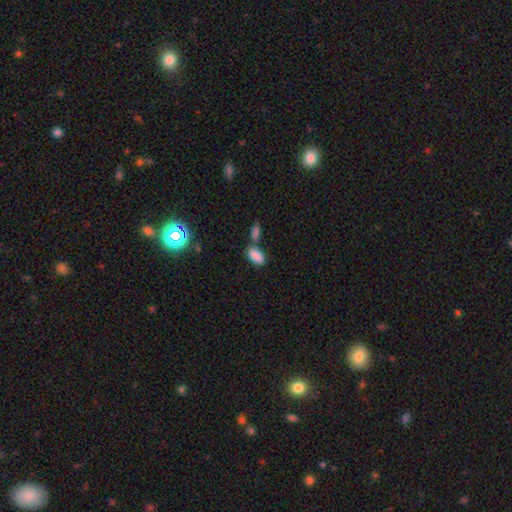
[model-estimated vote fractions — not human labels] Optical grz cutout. It shows a smooth galaxy with no disk features (86%) that is in between round and cigar-shaped (93%). Merging: none (51%).